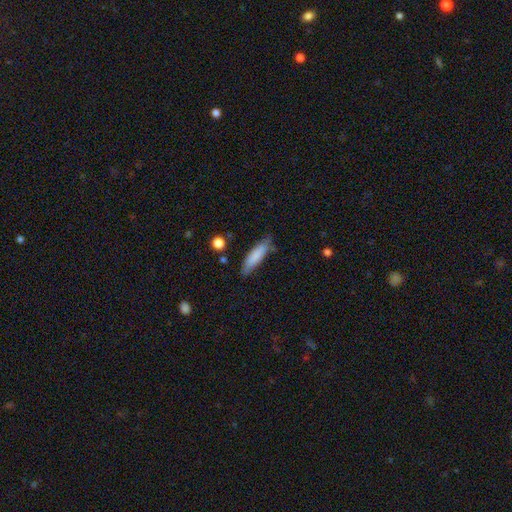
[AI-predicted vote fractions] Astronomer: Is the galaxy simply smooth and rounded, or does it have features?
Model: smooth — 82%.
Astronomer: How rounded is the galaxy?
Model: cigar-shaped — 64%.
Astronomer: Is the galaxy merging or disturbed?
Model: none — 73%.